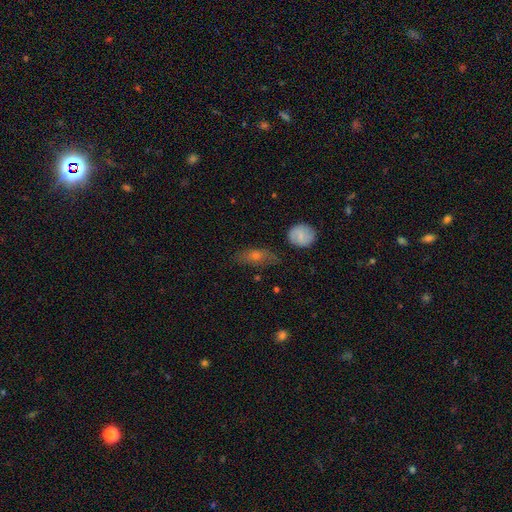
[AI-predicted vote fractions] This is possibly a smooth galaxy (54%). How rounded: likely in between (66%). Merging: likely none (70%).